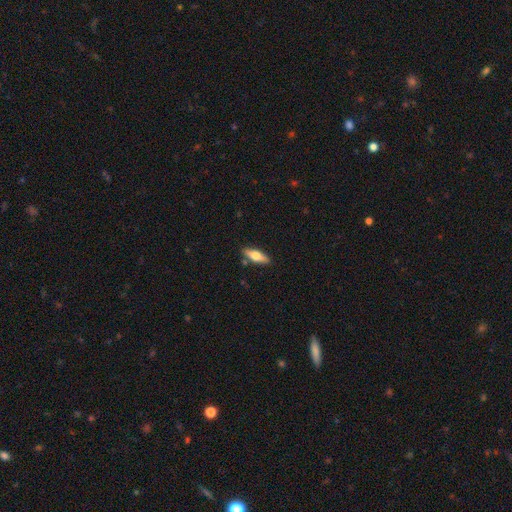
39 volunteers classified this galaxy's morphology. This is possibly a featured or disk galaxy (51%). It is likely viewed edge-on (70%). Edge-on bulge: clearly rounded (100%). Merging: clearly none (97%).